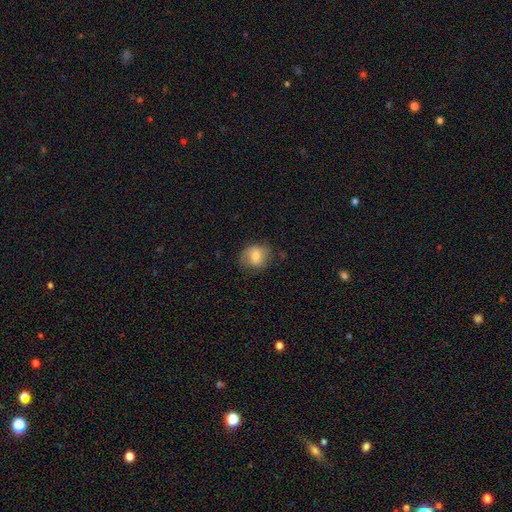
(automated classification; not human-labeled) A smooth galaxy with no disk features (69%) that is round (65%).

Vote fractions:
- Smooth or featured? smooth: 69% / featured or disk: 23% / star or artifact: 9%
- How rounded? round: 65% / in between: 34% / cigar-shaped: 1%
- Merging? none: 69% / minor disturbance: 22% / major disturbance: 8% / merger: 1%